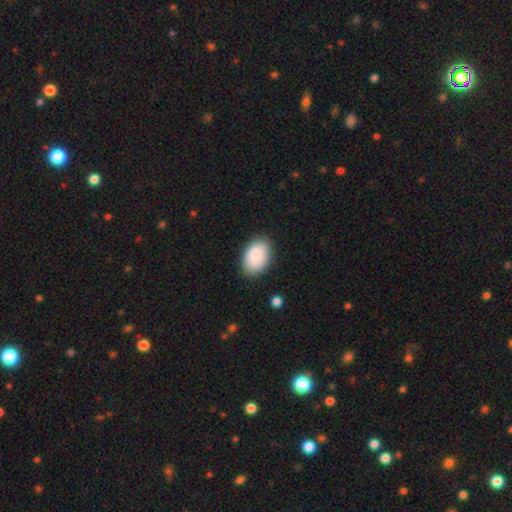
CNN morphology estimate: Overall: smooth (87%). How rounded: in between (89%). Merging: none (84%).